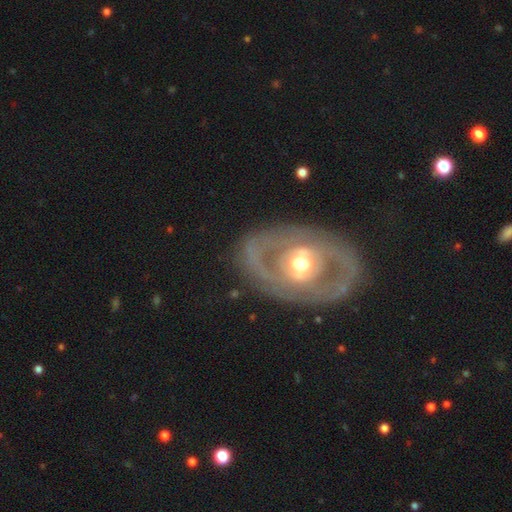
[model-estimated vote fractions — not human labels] featured or disk 79%, smooth 16%, star or artifact 5%. Down the decision tree: edge-on disk — no (94%); bar — no (57%); spiral arms — yes (59%); bulge size — moderate (71%); merging — none (79%).